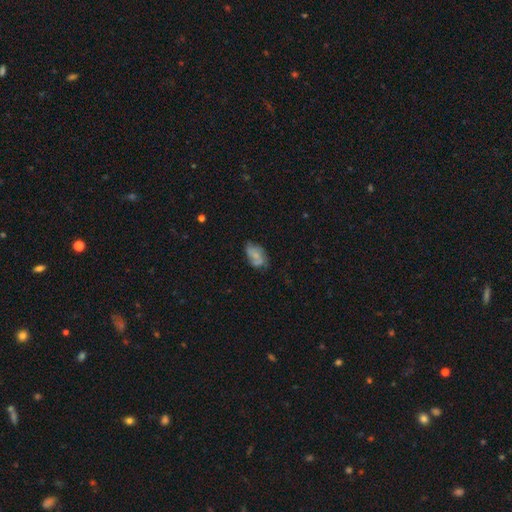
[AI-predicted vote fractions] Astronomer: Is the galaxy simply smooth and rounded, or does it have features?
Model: smooth — 48% (runner-up: featured or disk, 42%).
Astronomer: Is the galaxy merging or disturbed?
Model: none — 51% (runner-up: minor disturbance, 30%).